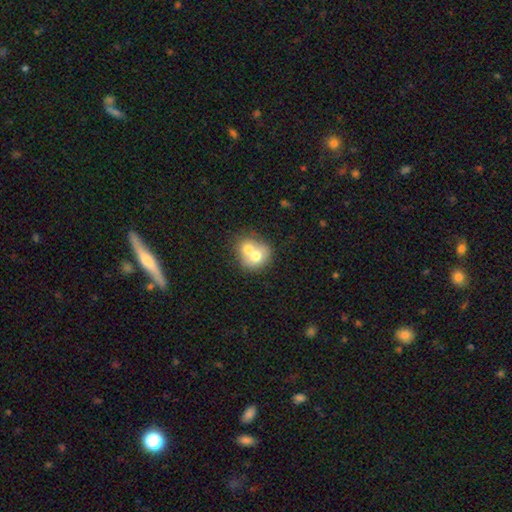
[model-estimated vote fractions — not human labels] Smooth or featured?
  - smooth: 66% *
  - featured or disk: 26%
  - star or artifact: 8%
How rounded?
  - round: 70% *
  - in between: 29%
  - cigar-shaped: 1%
Merging?
  - merger: 69% *
  - none: 23%
  - minor disturbance: 6%
  - major disturbance: 2%